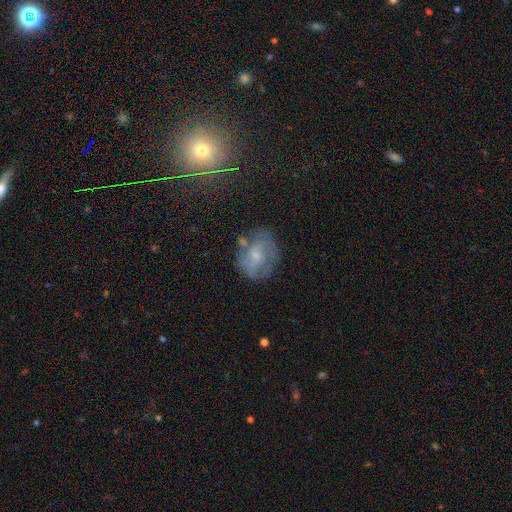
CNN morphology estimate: Smooth or featured? featured or disk (45%)
Merging? none (57%)